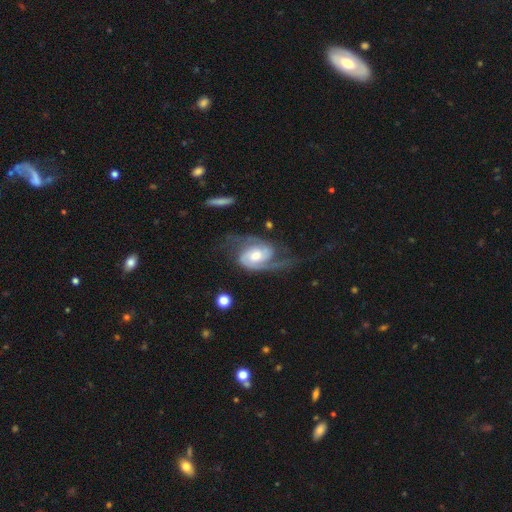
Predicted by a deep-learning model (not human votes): smooth-or-featured: featured or disk: 89% | smooth: 7% | star or artifact: 4%
  disk-edge-on: no: 97% | yes: 3%
    bar: no: 54% | weak: 36% | strong: 10%
    has-spiral-arms: yes: 97% | no: 3%
      spiral-winding: medium: 48% | tight: 27% | loose: 25%
      spiral-arm-count: 2: 87% | can't tell: 4% | 1: 3% | 3: 3% | 4: 1% | more than 4: 1%
    bulge-size: moderate: 60% | small: 18% | large: 17% | none: 3% | dominant: 2%
  merging: none: 58% | major disturbance: 20% | minor disturbance: 19% | merger: 2%